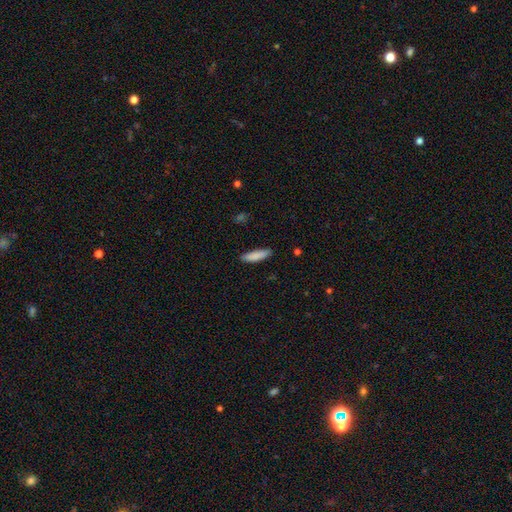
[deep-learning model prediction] A smooth galaxy with no disk features (86%) that is cigar-shaped (67%).

Vote fractions:
- Smooth or featured? smooth: 86% / featured or disk: 8% / star or artifact: 6%
- How rounded? cigar-shaped: 67% / in between: 32% / round: 1%
- Merging? none: 87% / minor disturbance: 10% / major disturbance: 2% / merger: 1%